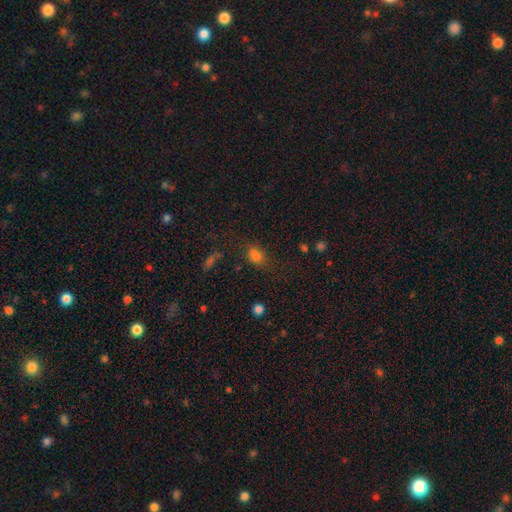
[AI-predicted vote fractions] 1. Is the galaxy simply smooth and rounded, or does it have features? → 76% smooth, 16% star or artifact, 8% featured or disk.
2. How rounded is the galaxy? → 66% in between, 31% round, 3% cigar-shaped.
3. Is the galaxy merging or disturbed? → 65% none, 20% minor disturbance, 9% major disturbance, 5% merger.